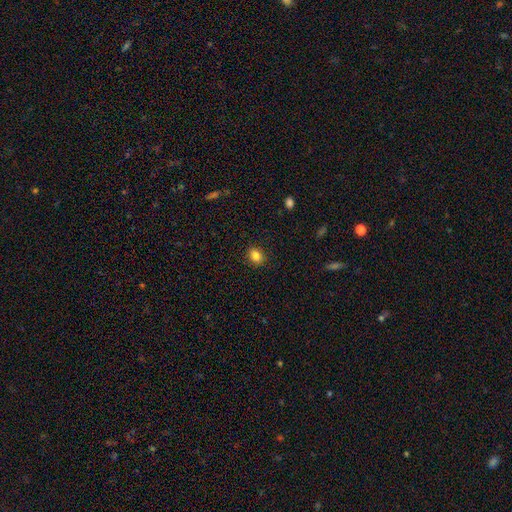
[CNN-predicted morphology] This appears to be a smooth galaxy with no disk features (84%) that is in between round and cigar-shaped (53%). Merging: none (88%).